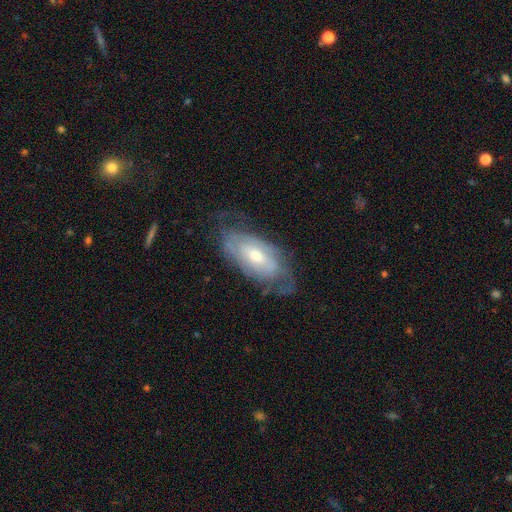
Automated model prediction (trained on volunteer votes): smooth-or-featured: featured or disk: 70% | smooth: 24% | star or artifact: 6%
  disk-edge-on: no: 89% | yes: 11%
    bar: no: 60% | weak: 32% | strong: 8%
    has-spiral-arms: yes: 77% | no: 23%
    bulge-size: moderate: 64% | small: 27% | large: 6% | none: 1% | dominant: 1%
  merging: none: 61% | minor disturbance: 24% | major disturbance: 13% | merger: 1%